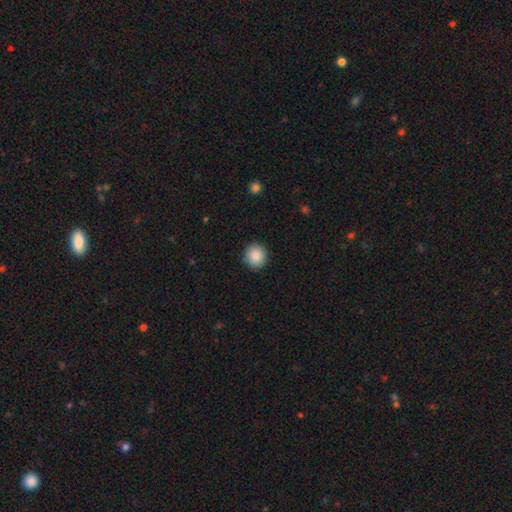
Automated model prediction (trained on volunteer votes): smooth_or_featured: smooth (p=0.88) [alt: star or artifact p=0.08]
how_rounded: round (p=0.92) [alt: in between p=0.07]
merging: none (p=0.91) [alt: minor disturbance p=0.06]